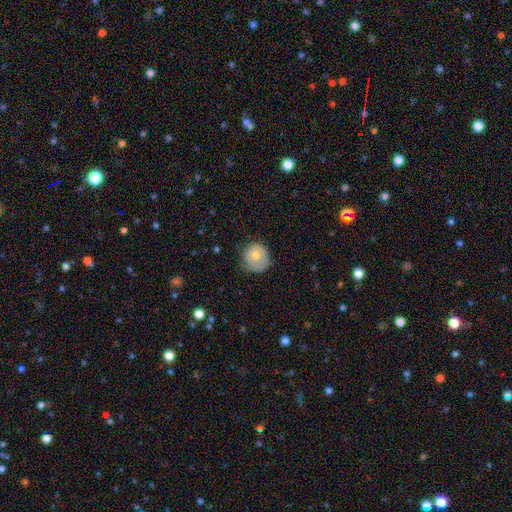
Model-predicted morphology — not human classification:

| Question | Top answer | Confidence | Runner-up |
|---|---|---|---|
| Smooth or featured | smooth | 65% | featured or disk (28%) |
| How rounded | round | 85% | in between (15%) |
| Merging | none | 58% | minor disturbance (32%) |